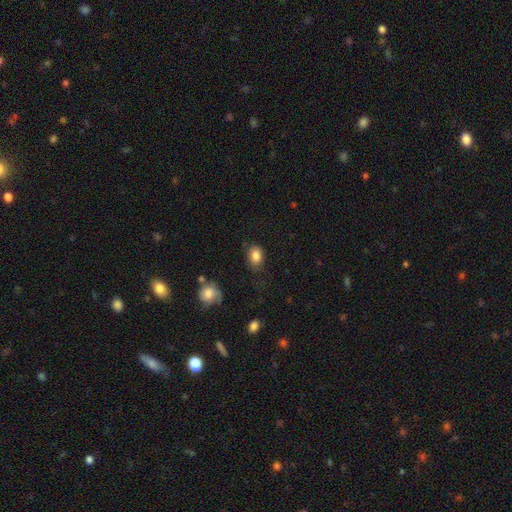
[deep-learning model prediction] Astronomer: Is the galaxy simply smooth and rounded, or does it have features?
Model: smooth — 84%.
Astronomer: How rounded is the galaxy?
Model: in between — 72%.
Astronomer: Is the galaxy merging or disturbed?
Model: none — 74%.